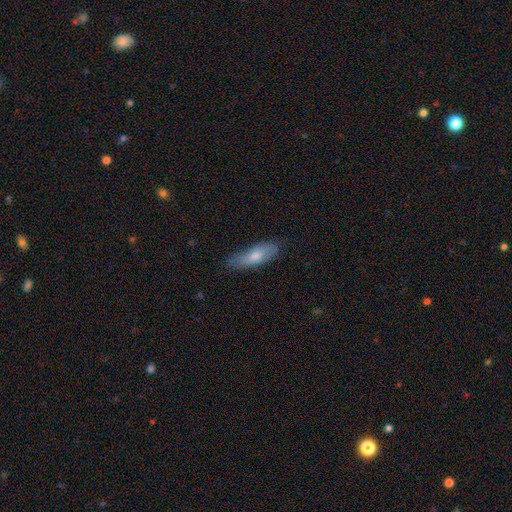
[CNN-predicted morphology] Smooth or featured: smooth — 71% (featured or disk — 23%)
How rounded: in between — 53% (cigar-shaped — 45%)
Merging: none — 68% (minor disturbance — 25%)